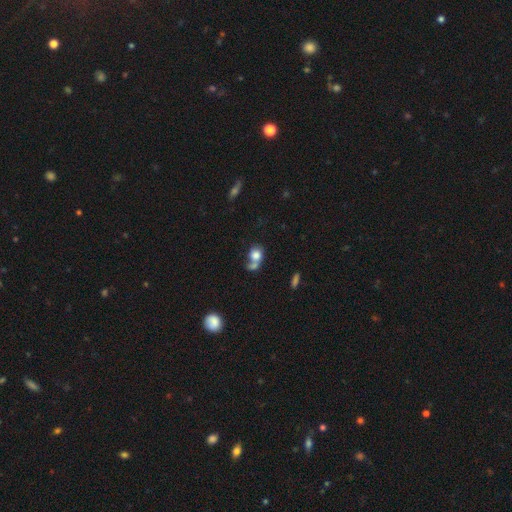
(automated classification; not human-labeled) Smooth or featured? Predicted: smooth (p=0.77). How rounded? Predicted: round (p=0.66). Merging? Predicted: merger (p=0.51).